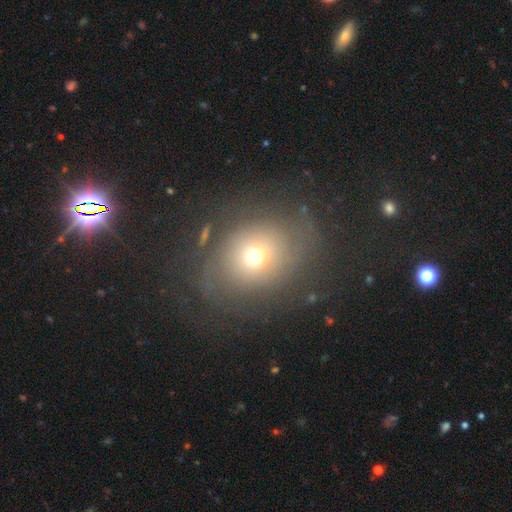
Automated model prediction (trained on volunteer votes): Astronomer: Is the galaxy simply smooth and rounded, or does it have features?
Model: smooth — 59%.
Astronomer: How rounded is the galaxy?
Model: round — 62%.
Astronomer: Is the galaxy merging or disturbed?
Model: none — 62%.